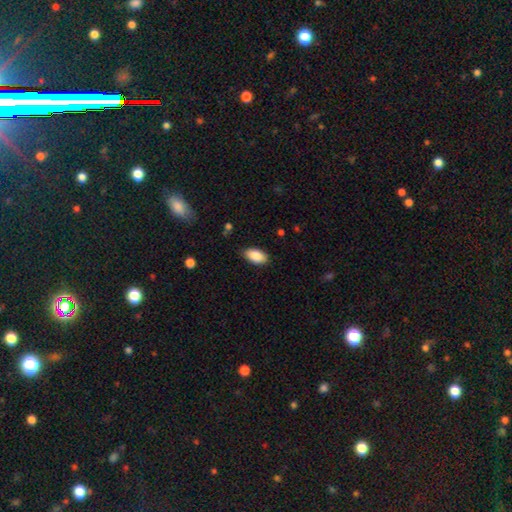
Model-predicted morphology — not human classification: smooth-or-featured: smooth: 86% | featured or disk: 7% | star or artifact: 6%
  how-rounded: in between: 94% | round: 4% | cigar-shaped: 3%
  merging: none: 85% | minor disturbance: 12% | major disturbance: 2% | merger: 1%